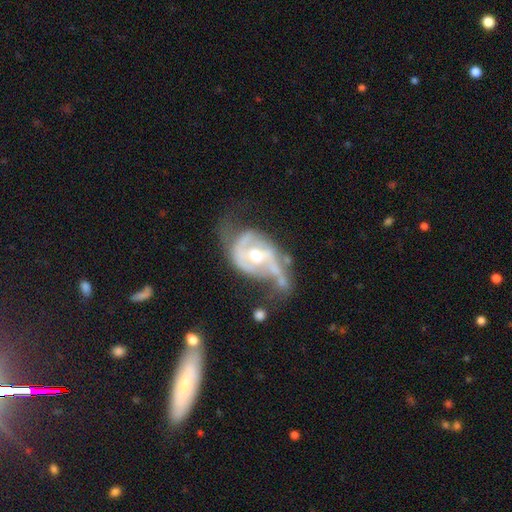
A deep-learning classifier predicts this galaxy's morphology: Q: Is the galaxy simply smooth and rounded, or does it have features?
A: featured or disk — 84%.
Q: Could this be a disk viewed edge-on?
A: no — 96%.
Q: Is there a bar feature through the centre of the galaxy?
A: no — 51%.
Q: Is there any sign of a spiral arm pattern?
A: yes — 89%.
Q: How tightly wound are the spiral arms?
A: medium — 41%.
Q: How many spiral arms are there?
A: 2 — 67%.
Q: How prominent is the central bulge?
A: moderate — 66%.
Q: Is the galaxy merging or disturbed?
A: none — 34%.